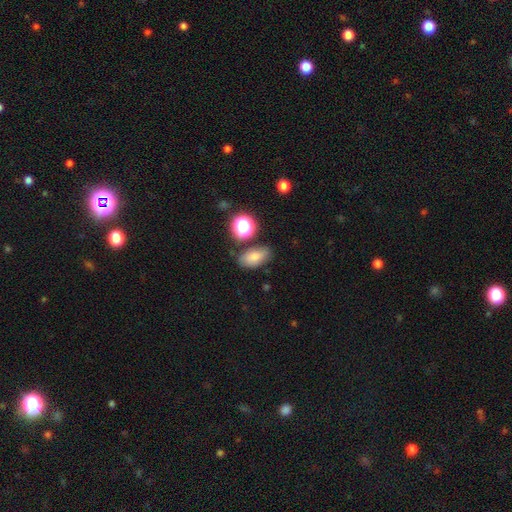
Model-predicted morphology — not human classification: Smooth or featured: smooth — 75% (star or artifact — 13%)
How rounded: in between — 85% (round — 12%)
Merging: none — 73% (minor disturbance — 16%)